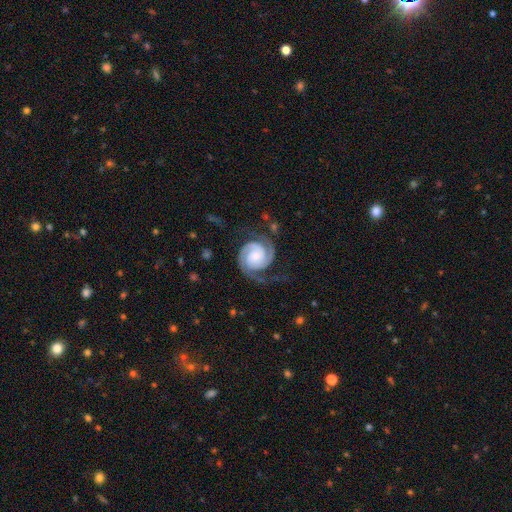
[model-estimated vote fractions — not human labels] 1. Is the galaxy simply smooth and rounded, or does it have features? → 91% featured or disk, 5% smooth, 4% star or artifact.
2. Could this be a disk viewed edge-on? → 98% no, 2% yes.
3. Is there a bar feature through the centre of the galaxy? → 66% no, 24% weak, 10% strong.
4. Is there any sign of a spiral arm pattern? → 99% yes, 1% no.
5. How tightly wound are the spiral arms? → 56% tight, 36% medium, 8% loose.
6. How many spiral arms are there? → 87% 2, 6% 3, 3% can't tell, 2% 1, 2% 4, 1% more than 4.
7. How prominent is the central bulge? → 41% small, 28% moderate, 15% none, 13% large, 3% dominant.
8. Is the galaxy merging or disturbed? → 67% none, 17% minor disturbance, 14% major disturbance, 2% merger.